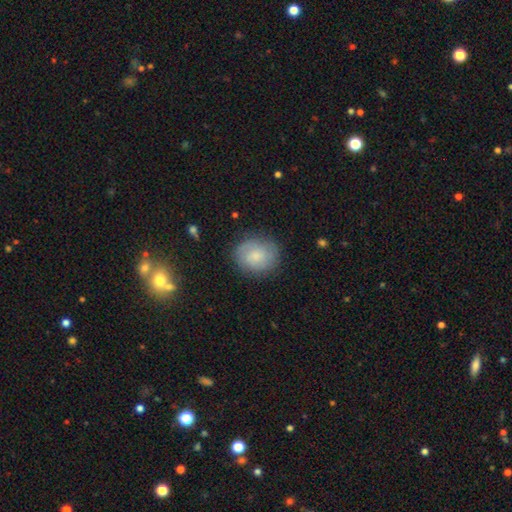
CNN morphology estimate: smooth 67%, featured or disk 25%, star or artifact 8%. Down the decision tree: how rounded — round (63%); merging — none (80%).